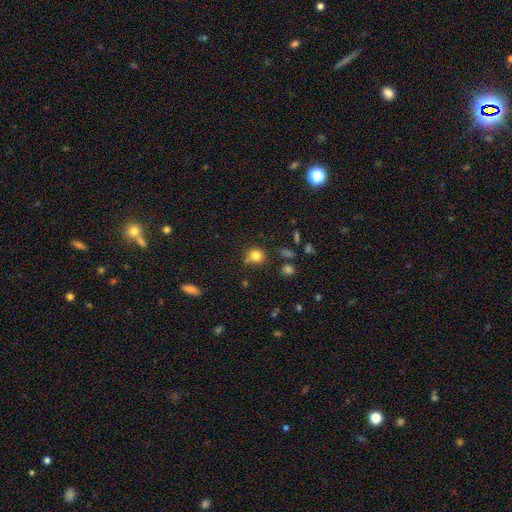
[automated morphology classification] A smooth galaxy with no disk features (81%) that is round (82%). Merging: none (66%).